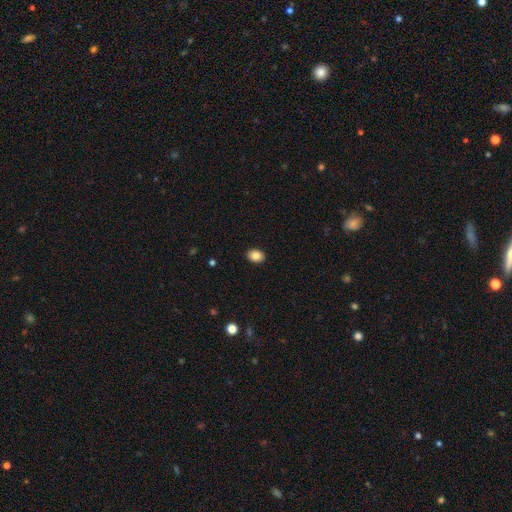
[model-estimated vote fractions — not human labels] This is clearly a smooth galaxy (86%). How rounded: likely in between (69%). Merging: clearly none (90%).